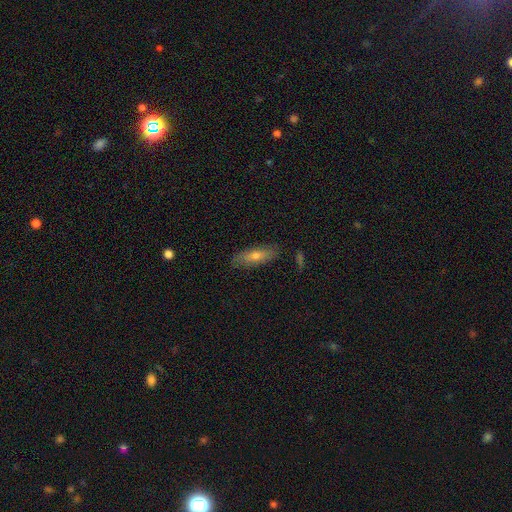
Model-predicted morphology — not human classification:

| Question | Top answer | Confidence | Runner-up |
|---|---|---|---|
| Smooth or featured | smooth | 61% | featured or disk (31%) |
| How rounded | cigar-shaped | 53% | in between (44%) |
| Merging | none | 85% | minor disturbance (12%) |